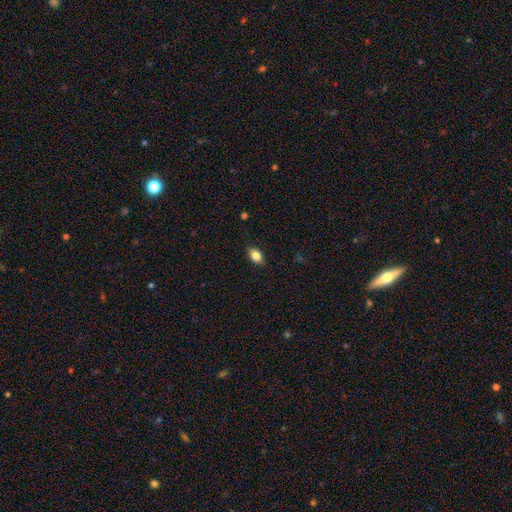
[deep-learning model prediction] A smooth galaxy with no disk features (83%) that is in between round and cigar-shaped (86%). Merging: none (88%).